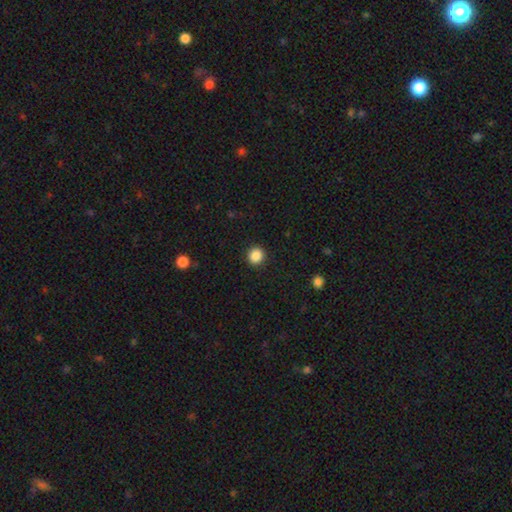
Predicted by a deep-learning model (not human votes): Smooth or featured? smooth (87%)
How rounded? round (89%)
Merging? none (92%)